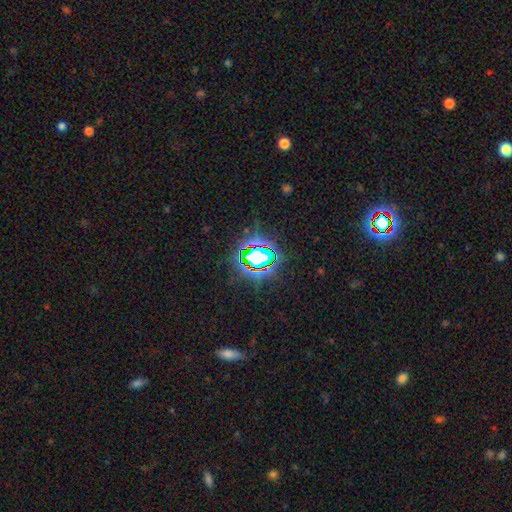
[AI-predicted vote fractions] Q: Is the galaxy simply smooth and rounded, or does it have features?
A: star or artifact — 72%.